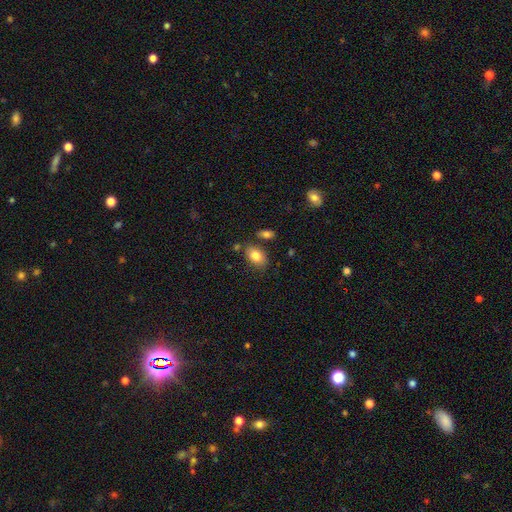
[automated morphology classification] smooth_or_featured: smooth (p=0.82) [alt: featured or disk p=0.10]
how_rounded: in between (p=0.87) [alt: round p=0.12]
merging: none (p=0.74) [alt: minor disturbance p=0.14]